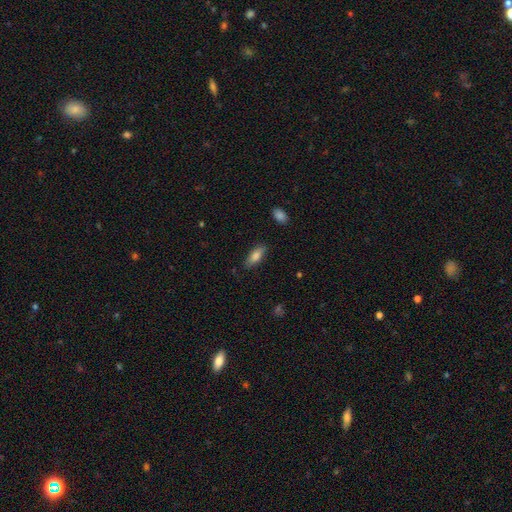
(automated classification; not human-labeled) smooth-or-featured: smooth: 81% | featured or disk: 12% | star or artifact: 7%
  how-rounded: in between: 72% | cigar-shaped: 26% | round: 2%
  merging: none: 82% | minor disturbance: 13% | major disturbance: 3% | merger: 1%